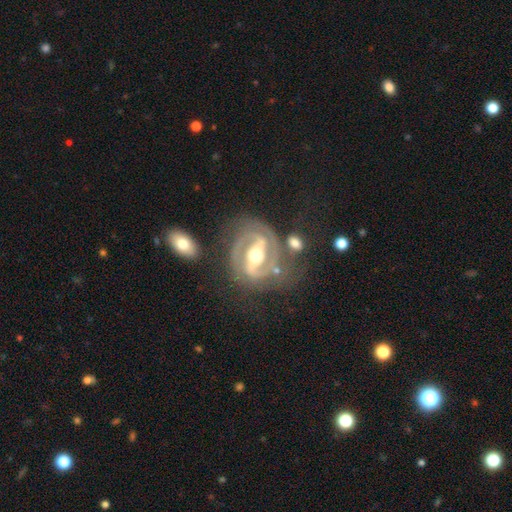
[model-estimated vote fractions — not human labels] Q: Smooth or featured?
A: featured or disk (90%); runner-up: smooth (5%)
Q: Edge-on disk?
A: no (96%); runner-up: yes (4%)
Q: Bar?
A: strong (70%); runner-up: weak (21%)
Q: Spiral arms?
A: yes (95%); runner-up: no (5%)
Q: Spiral winding?
A: medium (46%); runner-up: tight (44%)
Q: Spiral arm count?
A: 2 (87%); runner-up: 3 (4%)
Q: Bulge size?
A: moderate (70%); runner-up: small (19%)
Q: Merging?
A: none (66%); runner-up: minor disturbance (17%)